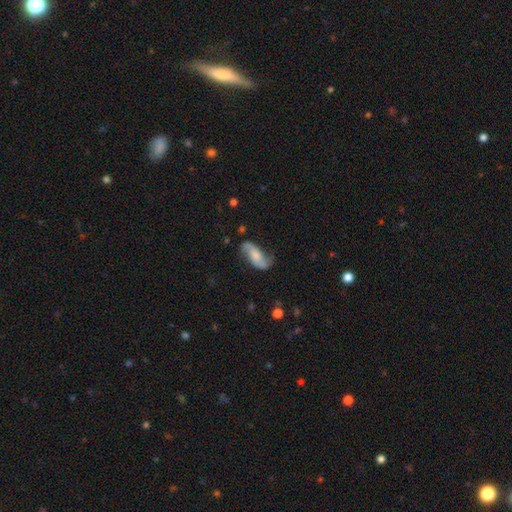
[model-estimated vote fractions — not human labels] This is likely a featured or disk galaxy (64%). It is clearly not viewed edge-on (93%). Bar: possibly no (55%). Spiral arm pattern: clearly yes (93%). Spiral arm count: clearly 2 (91%). Spiral winding: likely loose (67%). Central bulge: marginally moderate (28%). Merging: likely none (68%).